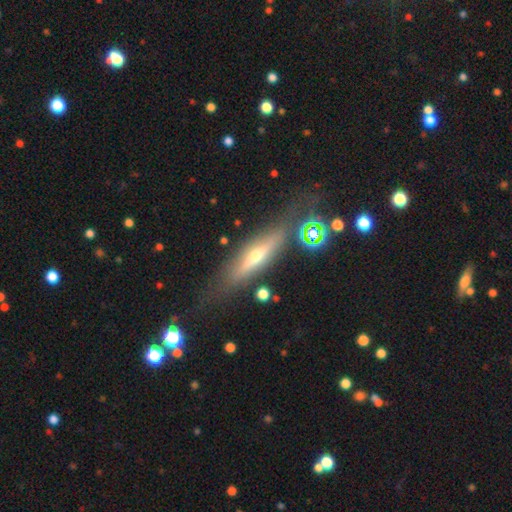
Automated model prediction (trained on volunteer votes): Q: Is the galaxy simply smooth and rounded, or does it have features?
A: featured or disk — 62%.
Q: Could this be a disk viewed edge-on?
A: yes — 83%.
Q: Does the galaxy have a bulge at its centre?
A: rounded — 83%.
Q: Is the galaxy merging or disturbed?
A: none — 72%.